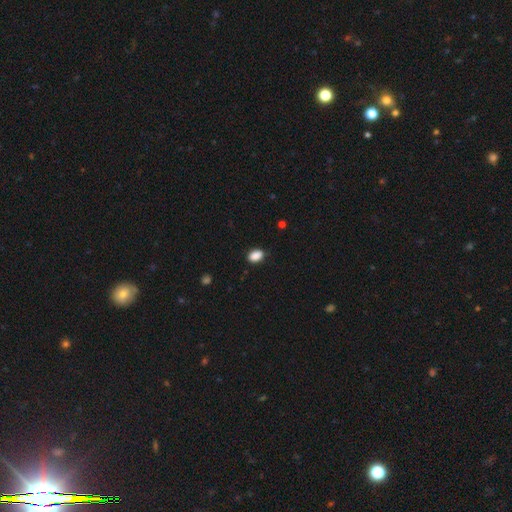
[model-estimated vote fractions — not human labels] Smooth or featured? Predicted: smooth (p=0.89). How rounded? Predicted: in between (p=0.84). Merging? Predicted: none (p=0.83).